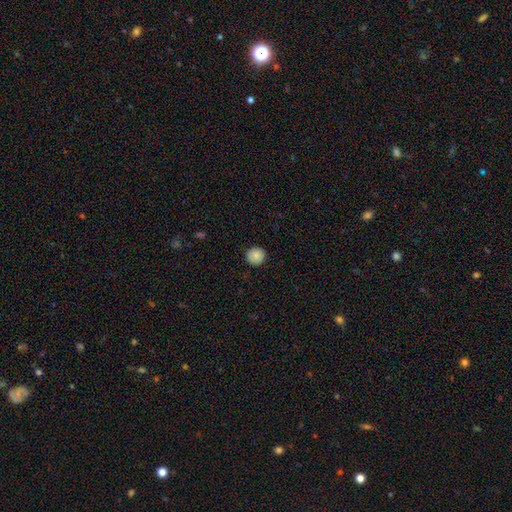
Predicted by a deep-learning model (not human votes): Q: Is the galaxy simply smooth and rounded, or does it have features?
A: smooth — 85%.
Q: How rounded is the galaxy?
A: round — 94%.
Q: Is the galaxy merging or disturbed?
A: none — 88%.